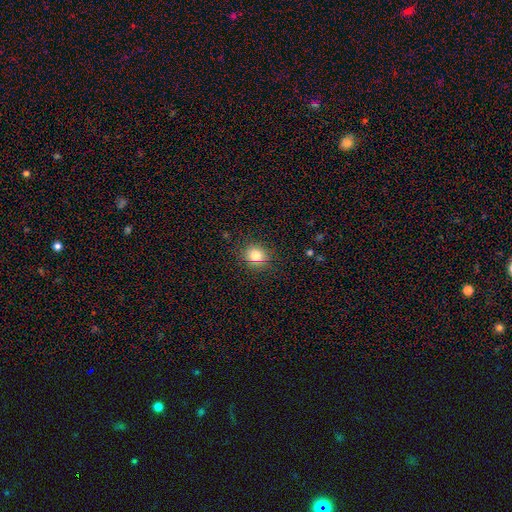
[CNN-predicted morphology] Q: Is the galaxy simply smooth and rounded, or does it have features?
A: smooth — 79%.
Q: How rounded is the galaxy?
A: round — 83%.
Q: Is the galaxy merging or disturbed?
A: none — 89%.